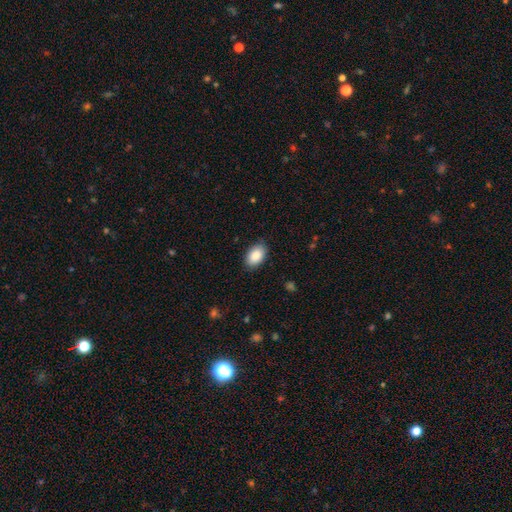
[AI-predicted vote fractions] This is clearly a smooth galaxy (88%). How rounded: clearly in between (90%). Merging: clearly none (85%).